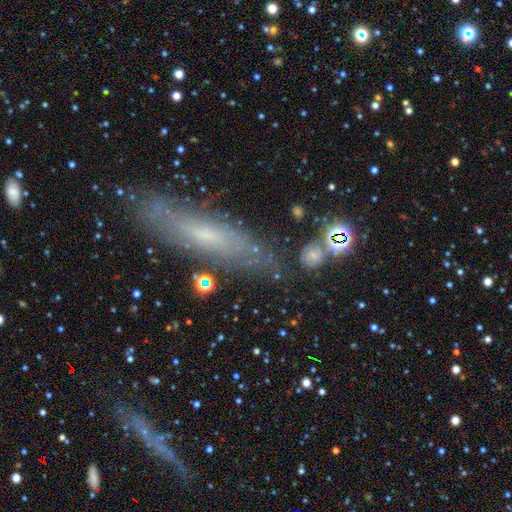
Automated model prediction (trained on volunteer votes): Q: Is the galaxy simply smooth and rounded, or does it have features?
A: featured or disk — 51%.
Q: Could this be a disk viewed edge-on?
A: yes — 53%.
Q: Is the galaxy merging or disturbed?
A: none — 79%.